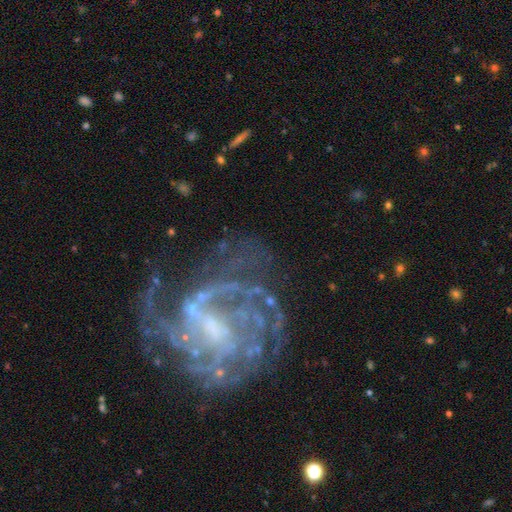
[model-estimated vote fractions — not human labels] Smooth or featured? featured or disk (83%)
Edge-on disk? no (98%)
Bar? weak (46%)
Spiral arms? yes (87%)
Spiral winding? tight (47%)
Spiral arm count? can't tell (40%)
Bulge size? small (38%)
Merging? none (55%)